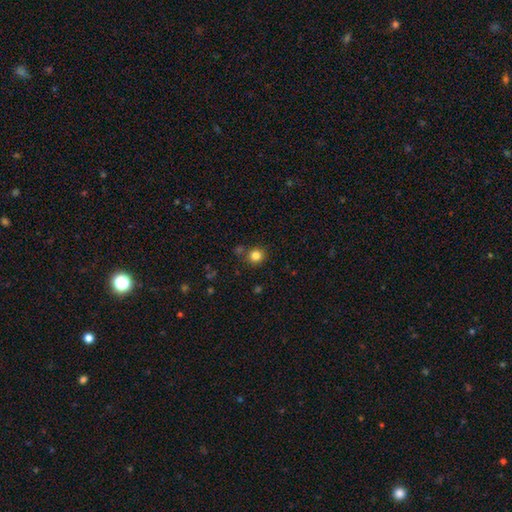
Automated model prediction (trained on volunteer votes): Q: Smooth or featured?
A: smooth (82%); runner-up: star or artifact (13%)
Q: How rounded?
A: round (90%); runner-up: in between (9%)
Q: Merging?
A: none (82%); runner-up: minor disturbance (9%)